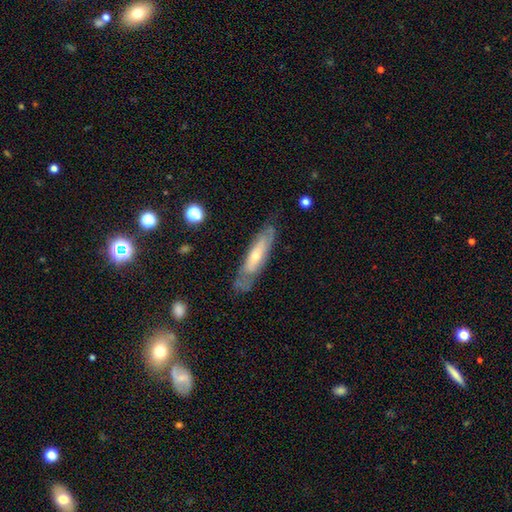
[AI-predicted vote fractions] The model was most divided on "edge-on disk": no: 57%, yes: 43%. More confident: merging — none (71%); smooth or featured — featured or disk (60%).